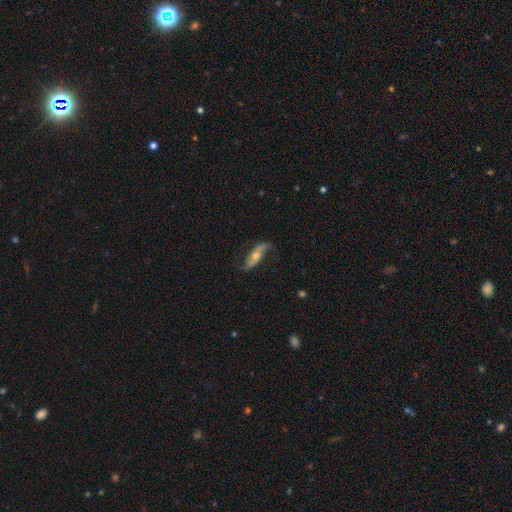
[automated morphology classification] Smooth or featured? Predicted: featured or disk (p=0.76). Edge-on disk? Predicted: no (p=0.77). Bar? Predicted: no (p=0.55). Spiral arms? Predicted: yes (p=0.91). Spiral winding? Predicted: loose (p=0.83). Spiral arm count? Predicted: 2 (p=0.91). Bulge size? Predicted: moderate (p=0.57). Merging? Predicted: none (p=0.73).